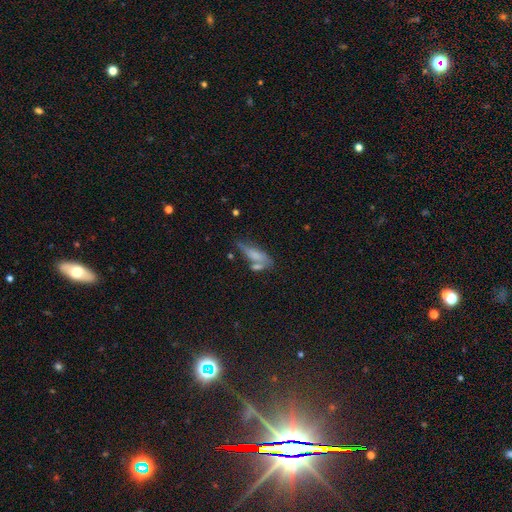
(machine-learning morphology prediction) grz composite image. It shows a smooth galaxy with no disk features (62%) that is in between round and cigar-shaped (51%). Merging: none (36%).